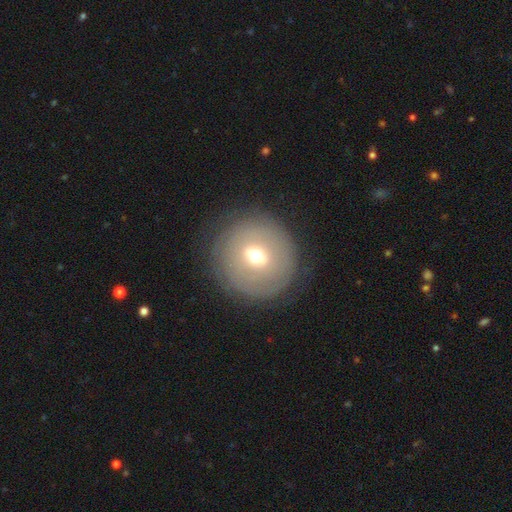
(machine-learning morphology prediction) A smooth galaxy with no disk features (53%) that is round (94%).

Vote fractions:
- Smooth or featured? smooth: 53% / featured or disk: 36% / star or artifact: 12%
- How rounded? round: 94% / in between: 5% / cigar-shaped: 1%
- Merging? none: 87% / minor disturbance: 8% / major disturbance: 4% / merger: 1%